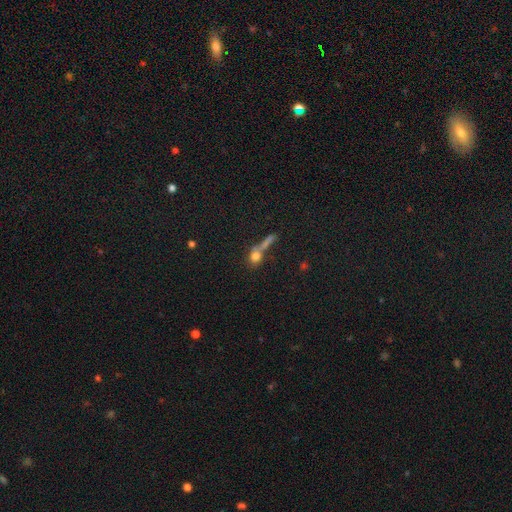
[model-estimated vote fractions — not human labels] This appears to be a smooth galaxy with no disk features (70%) that is round (56%). Merging: merger (40%).